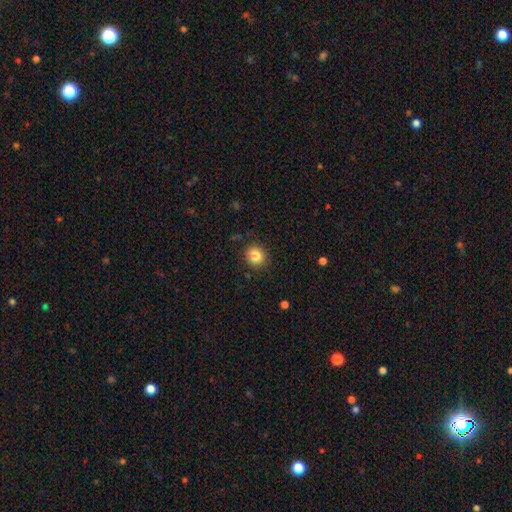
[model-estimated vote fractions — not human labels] Overall: smooth (85%). How rounded: round (85%). Merging: none (88%).